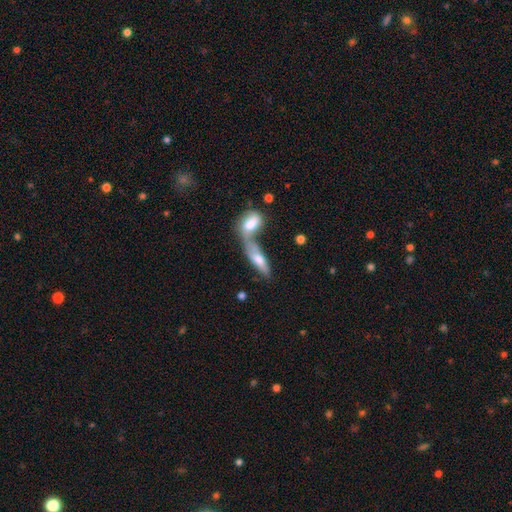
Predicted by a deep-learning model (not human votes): A smooth galaxy with no disk features (63%) that is in between round and cigar-shaped (59%). Merging: merger (72%).